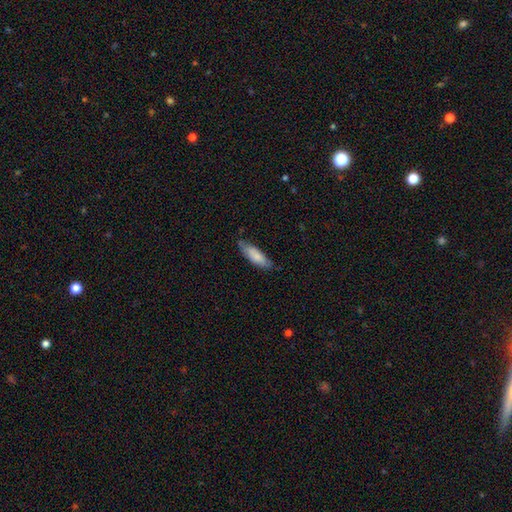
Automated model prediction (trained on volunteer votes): A smooth galaxy with no disk features (77%) that is in between round and cigar-shaped (52%). Merging: none (70%).